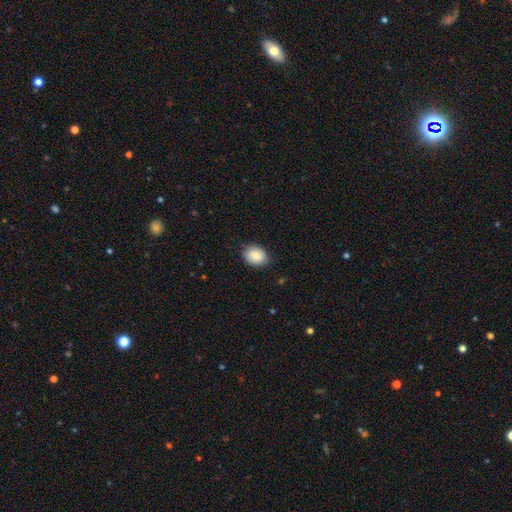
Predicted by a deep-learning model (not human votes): This appears to be a smooth galaxy with no disk features (85%) that is in between round and cigar-shaped (58%). Merging: none (83%).